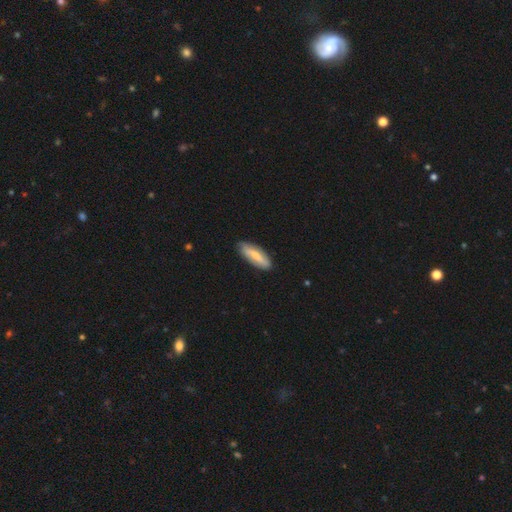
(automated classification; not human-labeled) Overall: smooth (58%; featured or disk 36%). How rounded: in between (60%; cigar-shaped 38%). Merging: none (83%).